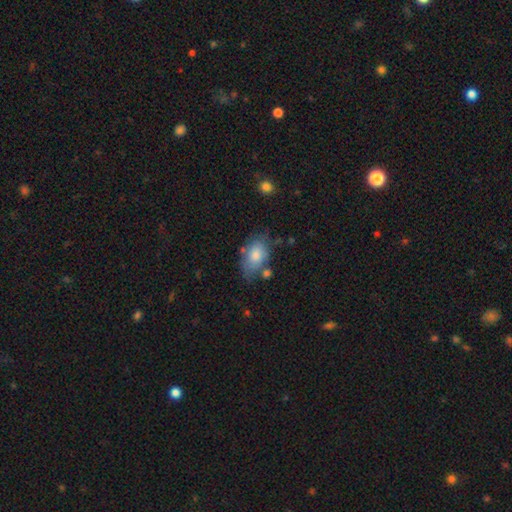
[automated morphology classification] A smooth galaxy with no disk features (75%) that is in between round and cigar-shaped (90%). Merging: none (56%).